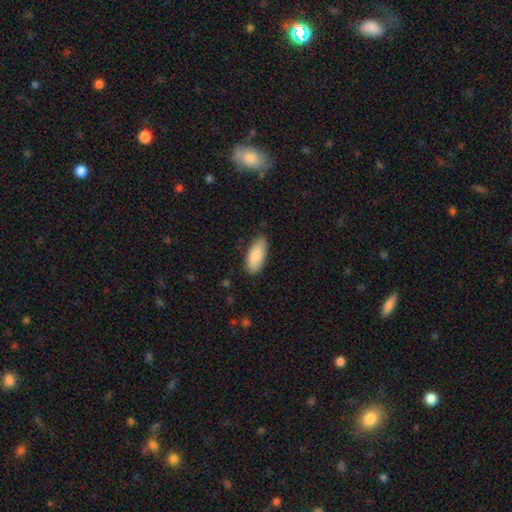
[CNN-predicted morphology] Smooth or featured? smooth (87%)
How rounded? in between (86%)
Merging? none (81%)